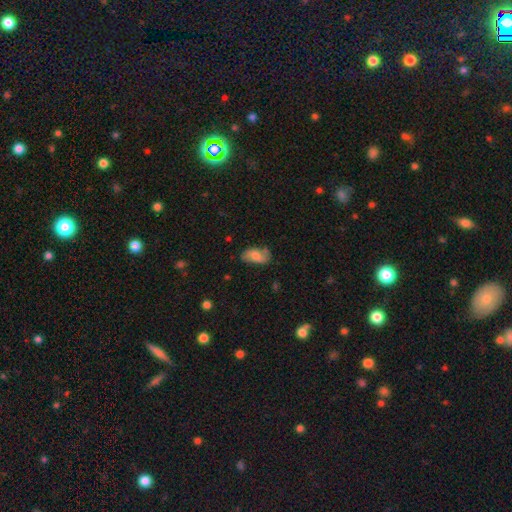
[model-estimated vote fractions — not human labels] smooth_or_featured: smooth (p=0.68) [alt: featured or disk p=0.24]
how_rounded: in between (p=0.91) [alt: cigar-shaped p=0.05]
merging: none (p=0.60) [alt: minor disturbance p=0.26]